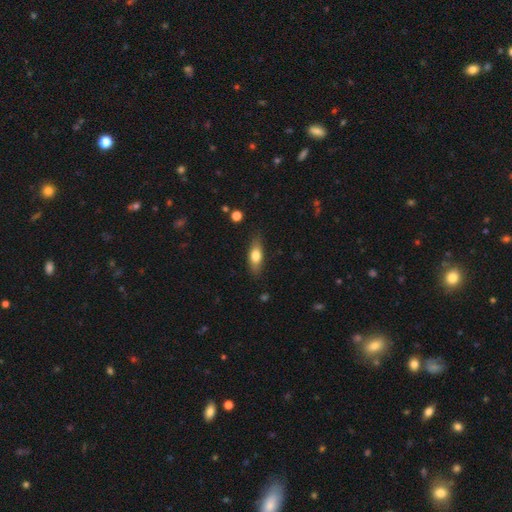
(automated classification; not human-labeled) This appears to be a smooth galaxy with no disk features (72%) that is in between round and cigar-shaped (70%). Merging: none (82%).